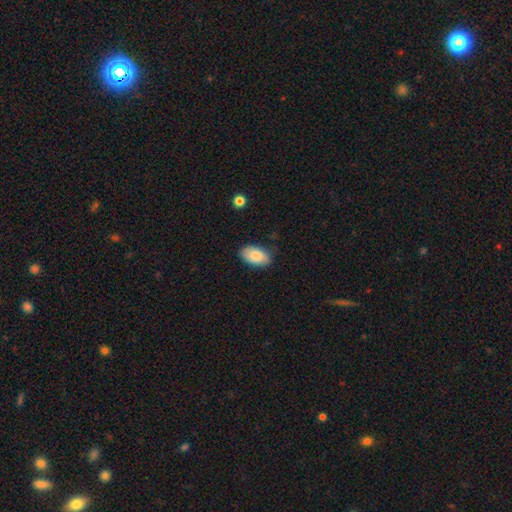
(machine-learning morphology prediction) A smooth galaxy with no disk features (85%) that is in between round and cigar-shaped (95%).

Vote fractions:
- Smooth or featured? smooth: 85% / featured or disk: 9% / star or artifact: 6%
- How rounded? in between: 95% / round: 4% / cigar-shaped: 2%
- Merging? none: 81% / minor disturbance: 15% / major disturbance: 3% / merger: 1%